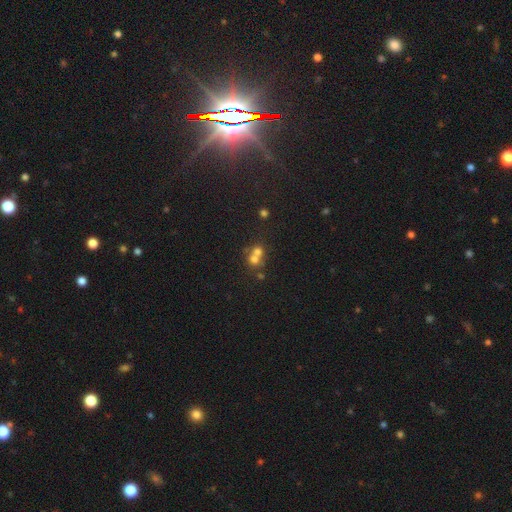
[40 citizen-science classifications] Smooth or featured: smooth — 62% (featured or disk — 28%)
How rounded: round — 72% (in between — 28%)
Merging: merger — 75% (none — 22%)